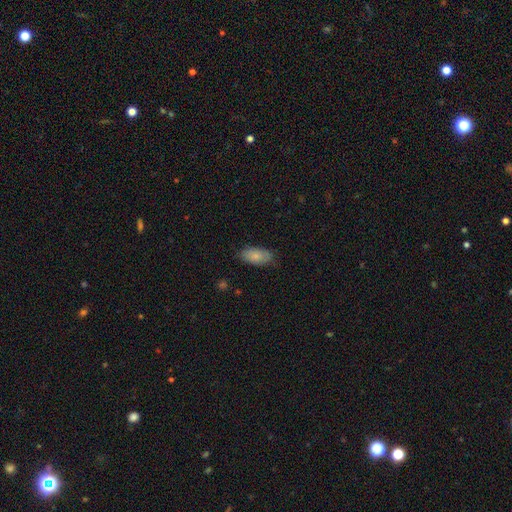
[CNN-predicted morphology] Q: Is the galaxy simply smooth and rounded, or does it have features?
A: smooth — 81%.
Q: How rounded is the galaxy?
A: in between — 92%.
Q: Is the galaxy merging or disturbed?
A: none — 77%.